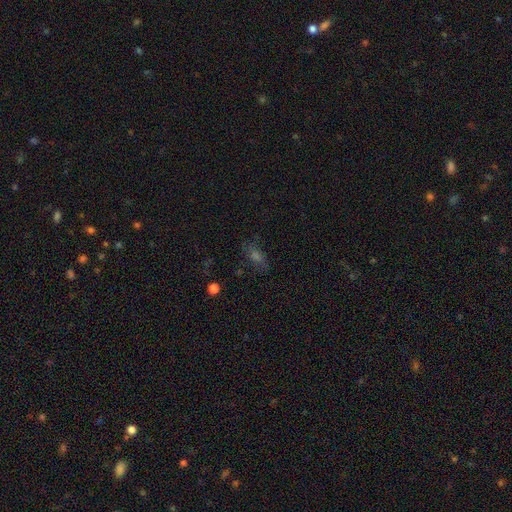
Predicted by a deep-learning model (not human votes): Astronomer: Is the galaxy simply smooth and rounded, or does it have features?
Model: smooth — 43% (runner-up: star or artifact, 33%).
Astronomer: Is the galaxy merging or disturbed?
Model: none — 76%.